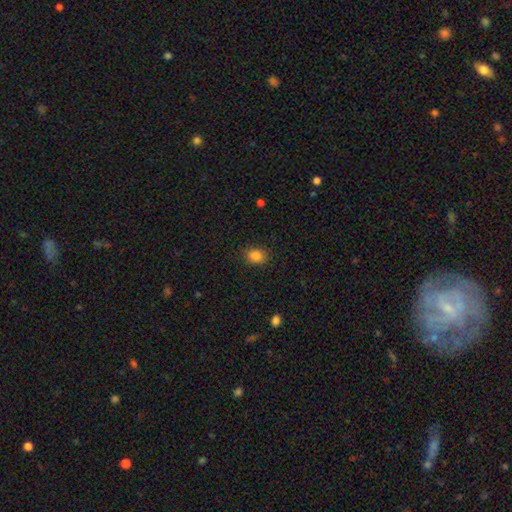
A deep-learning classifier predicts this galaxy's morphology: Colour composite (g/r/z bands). It shows a smooth galaxy with no disk features (85%) that is round (53%). Merging: none (87%).